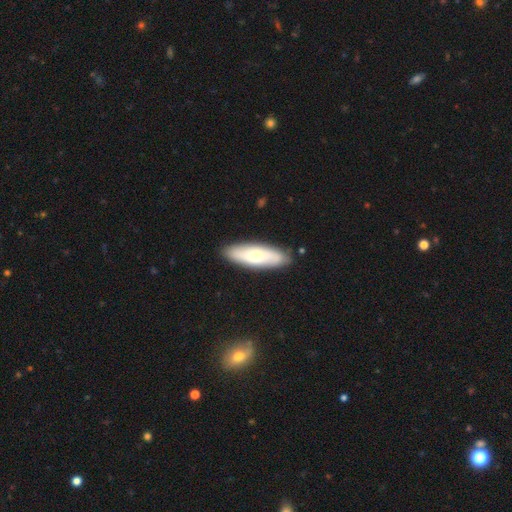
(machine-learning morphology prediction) Smooth or featured? Predicted: smooth (p=0.59). How rounded? Predicted: in between (p=0.53). Merging? Predicted: none (p=0.89).